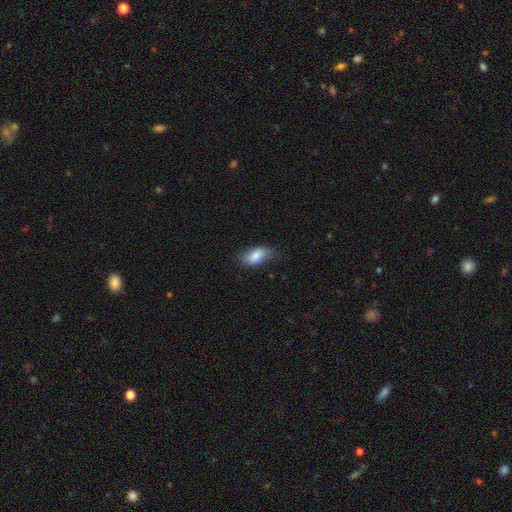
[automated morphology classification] Smooth or featured? smooth (82%)
How rounded? in between (91%)
Merging? none (61%)